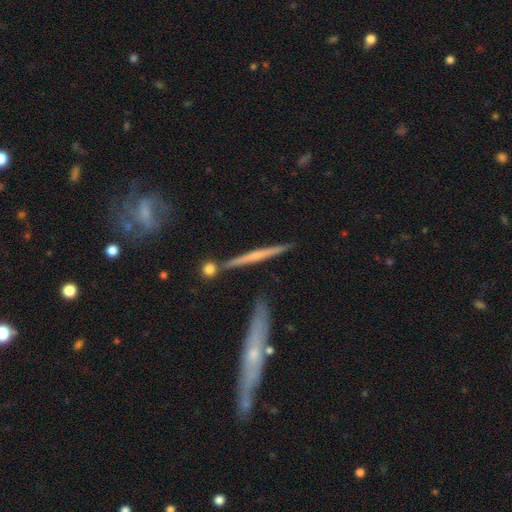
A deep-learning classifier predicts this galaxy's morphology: This is likely a featured or disk galaxy (63%). It is clearly viewed edge-on (97%). Edge-on bulge: possibly none (56%). Merging: clearly none (83%).